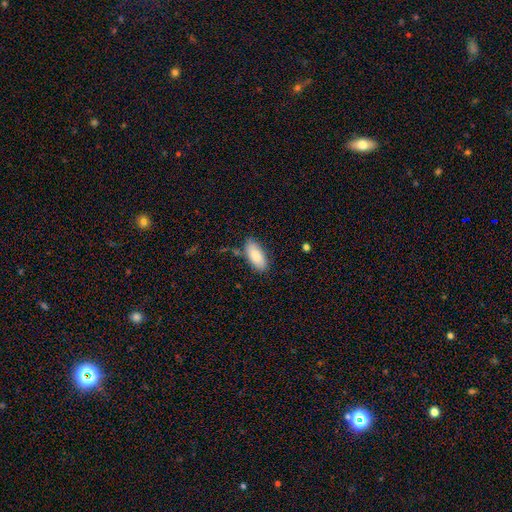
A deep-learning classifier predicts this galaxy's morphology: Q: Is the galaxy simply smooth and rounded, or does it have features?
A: smooth — 85%.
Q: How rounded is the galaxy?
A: in between — 90%.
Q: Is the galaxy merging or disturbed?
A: none — 80%.